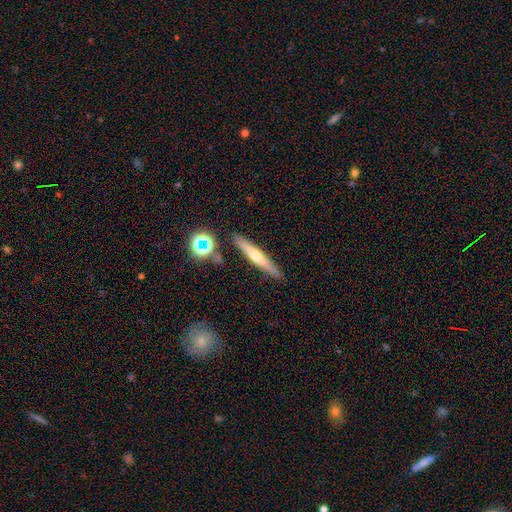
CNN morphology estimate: Smooth or featured?
  - featured or disk: 48% *
  - smooth: 43%
  - star or artifact: 9%
Merging?
  - none: 87% *
  - minor disturbance: 8%
  - merger: 3%
  - major disturbance: 2%